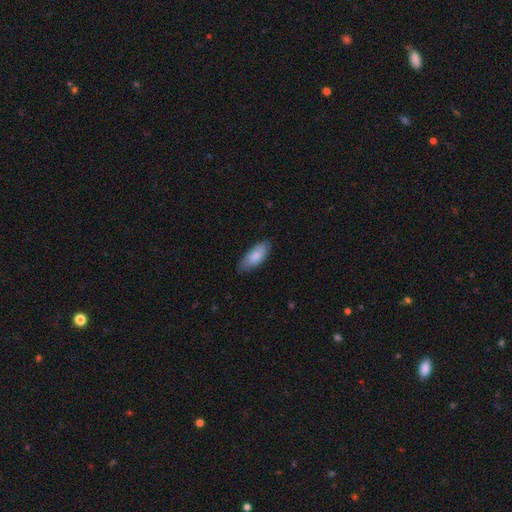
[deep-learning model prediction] Smooth or featured: smooth — 82% (featured or disk — 12%)
How rounded: in between — 81% (cigar-shaped — 17%)
Merging: none — 79% (minor disturbance — 18%)